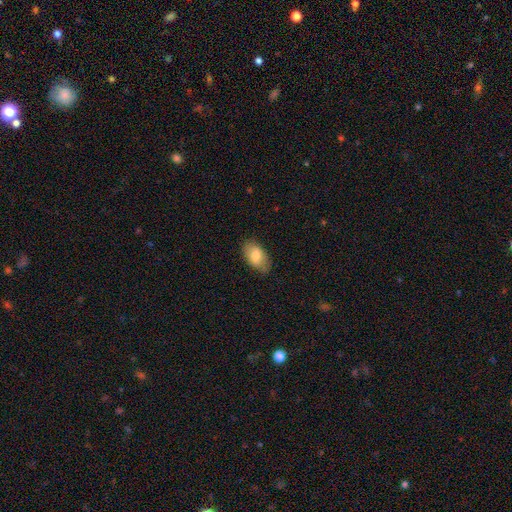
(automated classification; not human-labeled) Smooth or featured? Predicted: smooth (p=0.77). How rounded? Predicted: in between (p=0.93). Merging? Predicted: none (p=0.77).